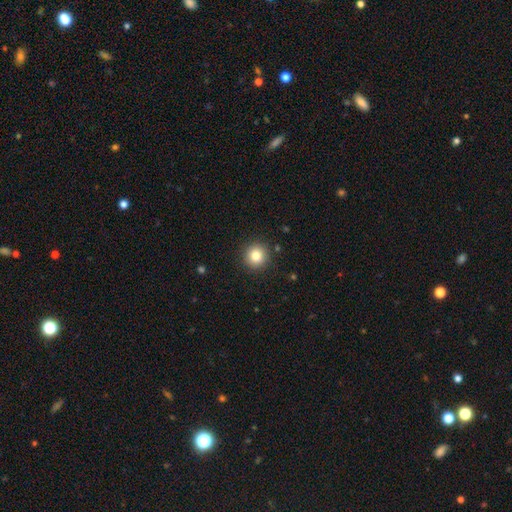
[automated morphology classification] This appears to be a smooth galaxy with no disk features (81%) that is round (94%). Merging: none (91%).